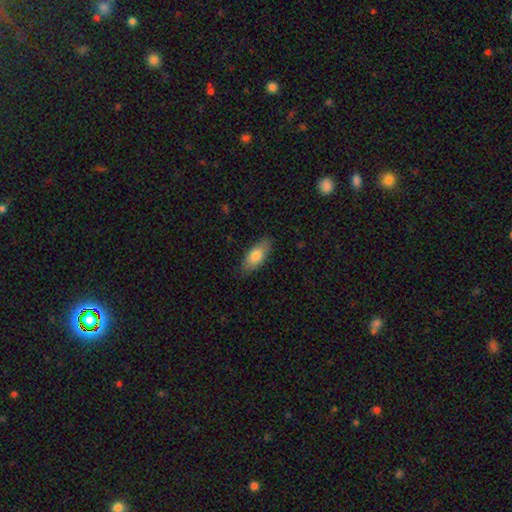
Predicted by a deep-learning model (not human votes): Smooth or featured? Predicted: smooth (p=0.77). How rounded? Predicted: in between (p=0.84). Merging? Predicted: none (p=0.81).